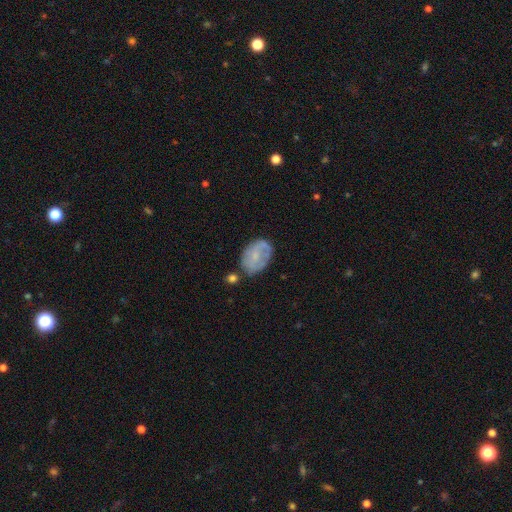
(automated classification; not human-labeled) Smooth or featured?
  - smooth: 51% *
  - featured or disk: 41%
  - star or artifact: 8%
How rounded?
  - in between: 83% *
  - round: 15%
  - cigar-shaped: 1%
Merging?
  - none: 55% *
  - minor disturbance: 27%
  - major disturbance: 11%
  - merger: 7%